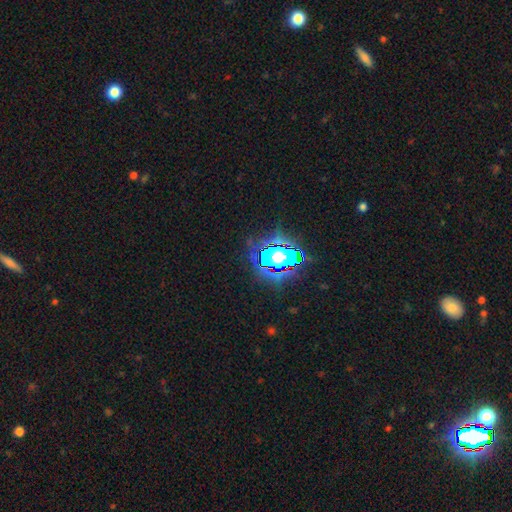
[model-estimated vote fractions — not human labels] Q: Smooth or featured?
A: star or artifact (79%); runner-up: smooth (13%)